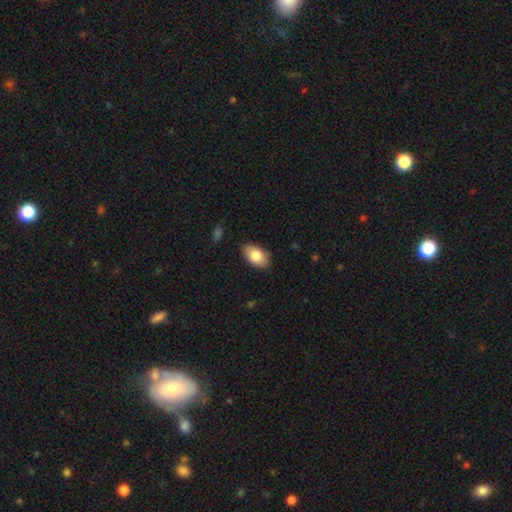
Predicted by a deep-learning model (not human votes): Q: Smooth or featured?
A: smooth (83%); runner-up: featured or disk (10%)
Q: How rounded?
A: in between (93%); runner-up: round (6%)
Q: Merging?
A: none (85%); runner-up: minor disturbance (12%)